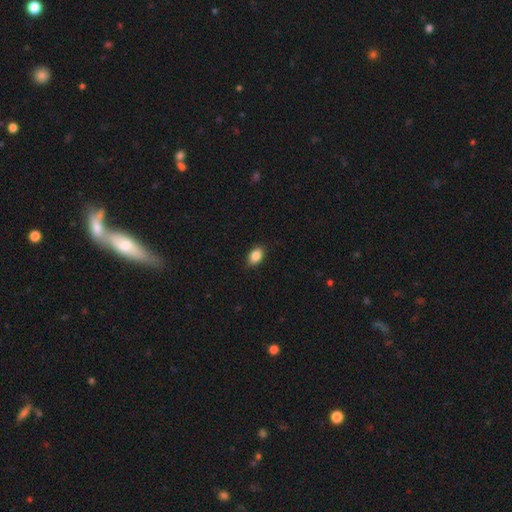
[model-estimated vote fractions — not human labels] smooth_or_featured: smooth (p=0.87) [alt: star or artifact p=0.08]
how_rounded: in between (p=0.88) [alt: round p=0.11]
merging: none (p=0.89) [alt: minor disturbance p=0.08]